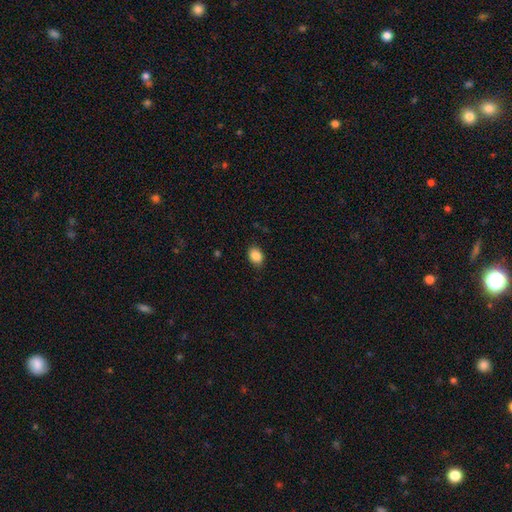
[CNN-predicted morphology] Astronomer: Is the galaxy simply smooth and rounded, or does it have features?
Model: smooth — 88%.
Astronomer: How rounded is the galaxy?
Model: in between — 75%.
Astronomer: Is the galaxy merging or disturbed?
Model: none — 85%.